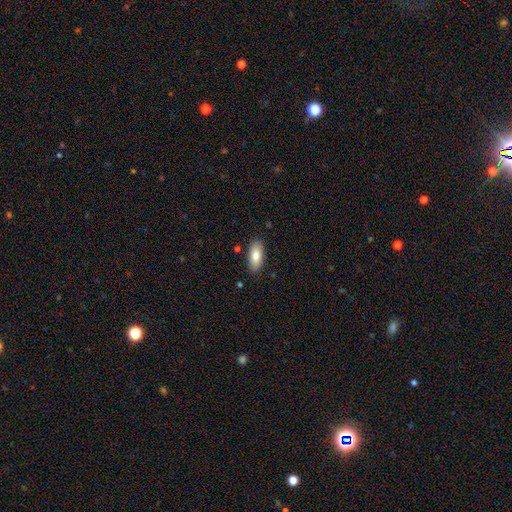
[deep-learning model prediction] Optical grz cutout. It shows a smooth galaxy with no disk features (81%) that is in between round and cigar-shaped (85%). Merging: none (85%).